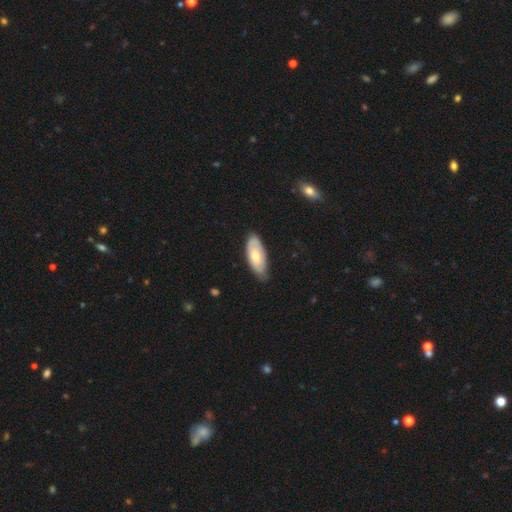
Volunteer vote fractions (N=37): This is likely a smooth galaxy (65%). How rounded: clearly in between (83%). Merging: clearly none (81%).